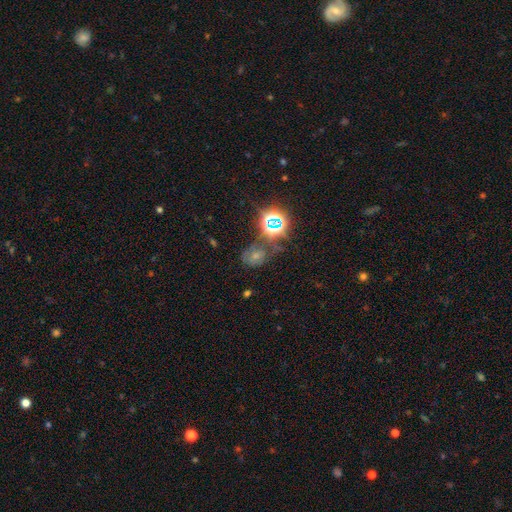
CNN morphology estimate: Overall: smooth (40%; star or artifact 39%). Merging: none (50%; minor disturbance 23%).